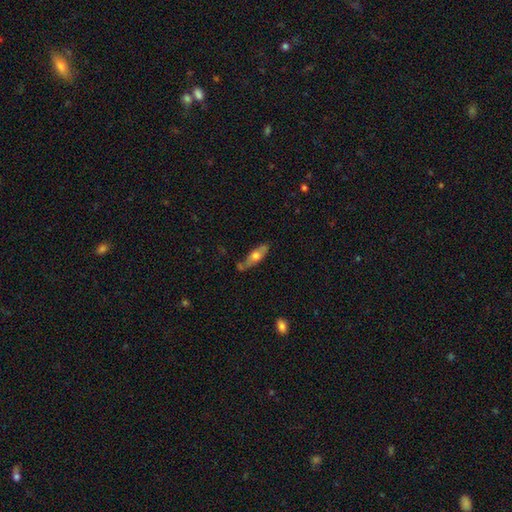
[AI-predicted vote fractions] Smooth or featured: smooth — 52% (featured or disk — 42%)
How rounded: in between — 51% (cigar-shaped — 45%)
Merging: none — 65% (minor disturbance — 20%)